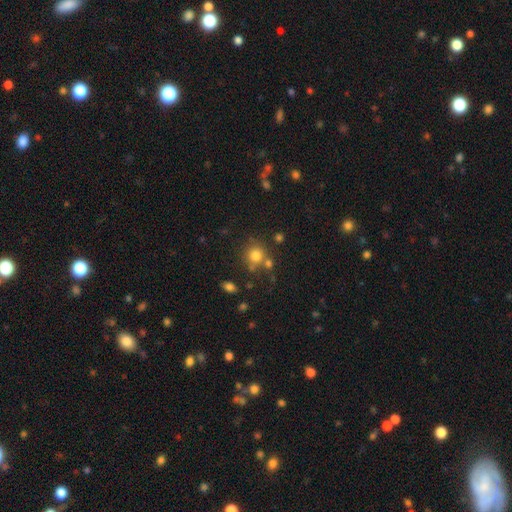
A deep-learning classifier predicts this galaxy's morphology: Smooth or featured? smooth (78%)
How rounded? round (88%)
Merging? none (65%)